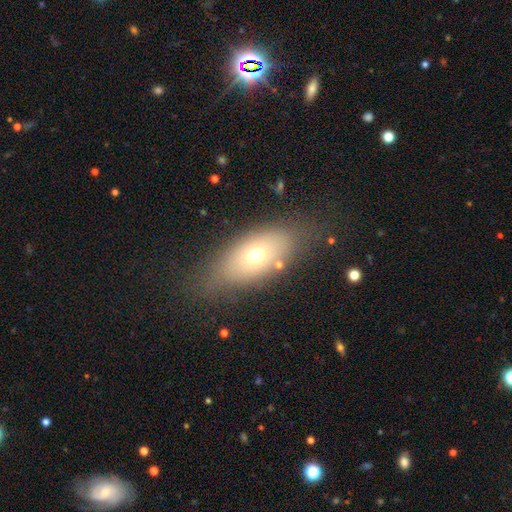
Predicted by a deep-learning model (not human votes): Morphology: type=smooth (65%); roundness=in between (81%); merging=none (72%).